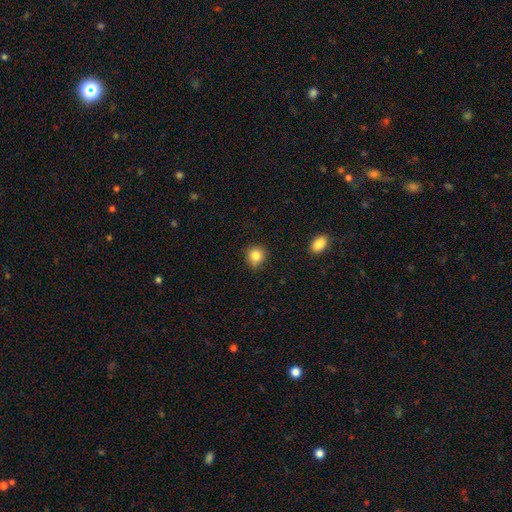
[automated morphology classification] This is clearly a smooth galaxy (84%). How rounded: clearly round (88%). Merging: clearly none (85%).